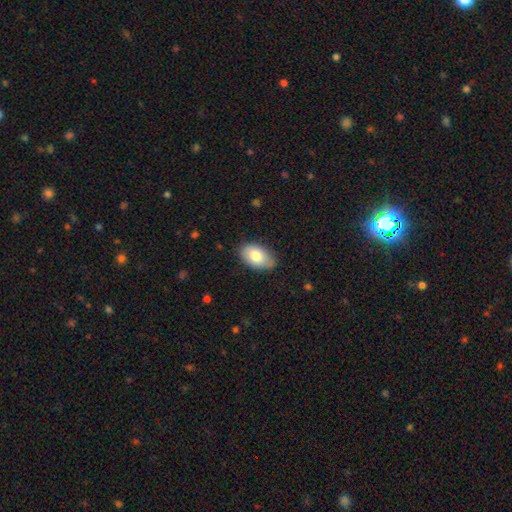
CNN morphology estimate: Overall: smooth (80%). How rounded: in between (93%). Merging: none (79%).